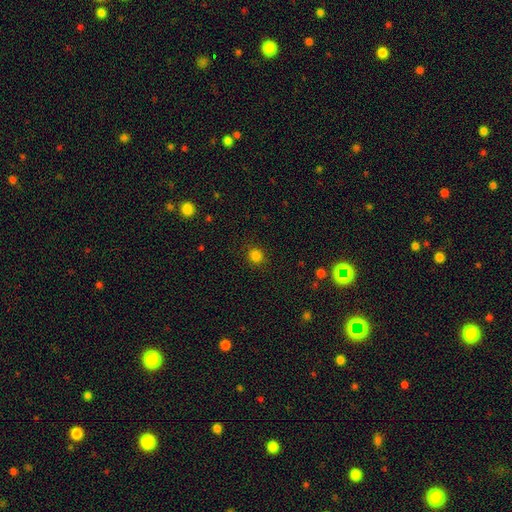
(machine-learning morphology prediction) smooth 83%, star or artifact 14%, featured or disk 4%. Down the decision tree: how rounded — round (87%); merging — none (89%).